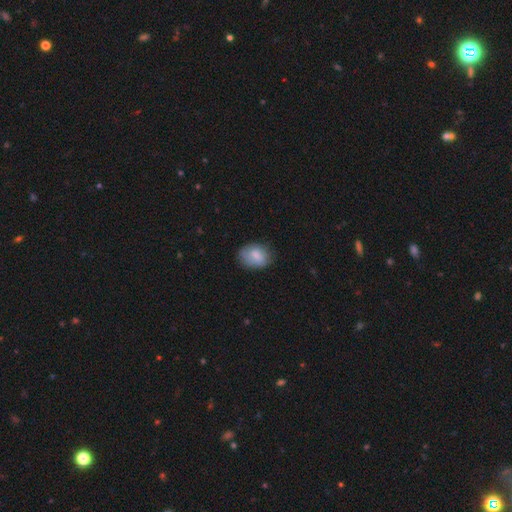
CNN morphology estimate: type=smooth (80%); roundness=in between (72%); merging=none (71%).